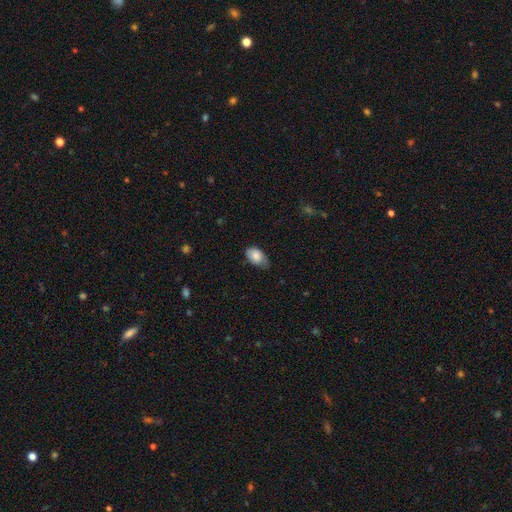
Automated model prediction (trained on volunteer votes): Morphology: type=smooth (83%); roundness=in between (89%); merging=none (55%).